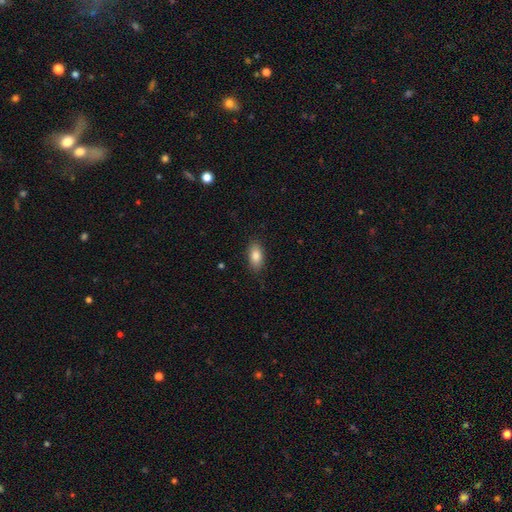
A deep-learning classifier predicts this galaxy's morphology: smooth-or-featured: smooth: 84% | featured or disk: 9% | star or artifact: 7%
  how-rounded: in between: 89% | cigar-shaped: 7% | round: 4%
  merging: none: 86% | minor disturbance: 11% | major disturbance: 2% | merger: 1%